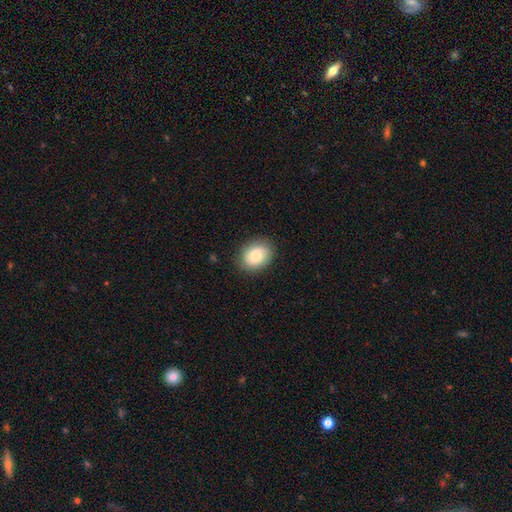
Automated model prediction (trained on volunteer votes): A smooth galaxy with no disk features (79%) that is in between round and cigar-shaped (60%).

Vote fractions:
- Smooth or featured? smooth: 79% / featured or disk: 14% / star or artifact: 7%
- How rounded? in between: 60% / round: 39% / cigar-shaped: 1%
- Merging? none: 85% / minor disturbance: 11% / major disturbance: 3% / merger: 1%